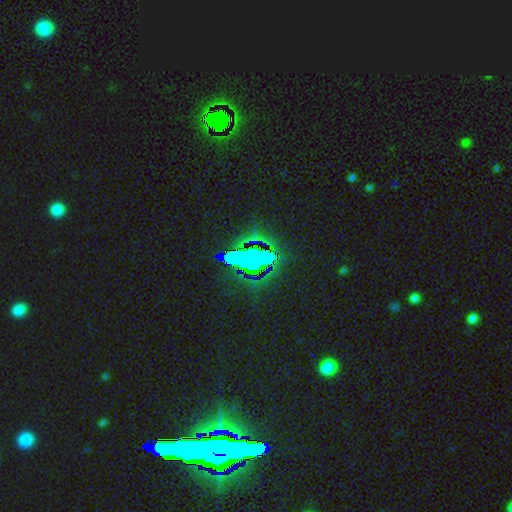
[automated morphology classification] Smooth or featured?
  - star or artifact: 81% *
  - smooth: 10%
  - featured or disk: 9%